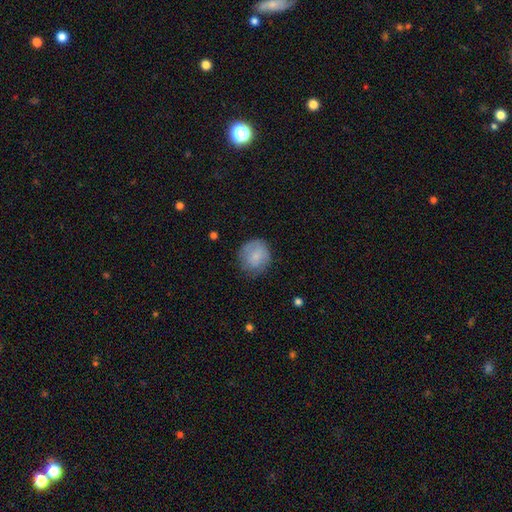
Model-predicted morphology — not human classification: type=smooth (75%); roundness=round (84%); merging=none (69%).